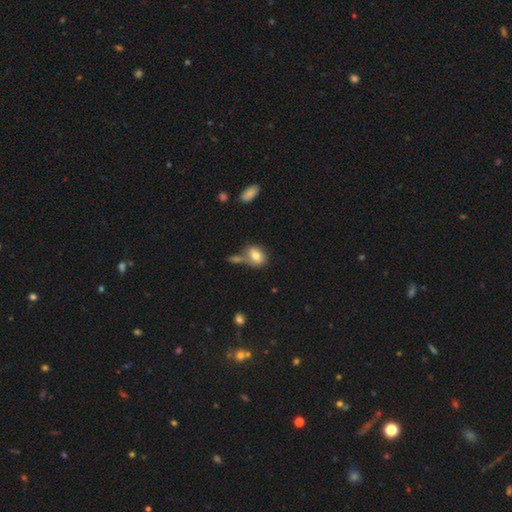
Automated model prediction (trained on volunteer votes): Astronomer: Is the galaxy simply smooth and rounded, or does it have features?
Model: smooth — 77%.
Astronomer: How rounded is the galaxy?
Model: in between — 73%.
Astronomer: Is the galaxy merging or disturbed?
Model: none — 49% (runner-up: merger, 28%).